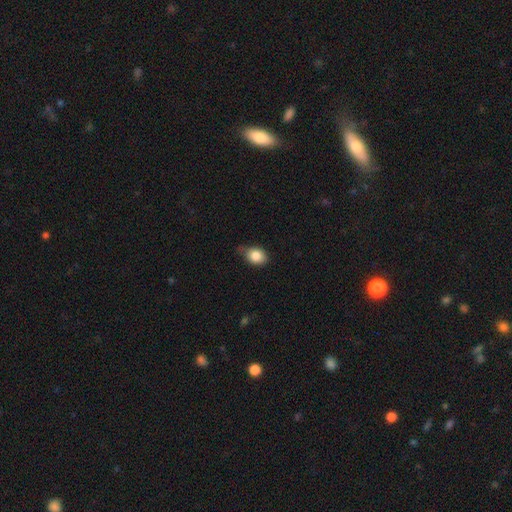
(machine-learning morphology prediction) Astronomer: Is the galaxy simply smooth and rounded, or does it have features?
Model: smooth — 83%.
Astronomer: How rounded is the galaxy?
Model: in between — 65%.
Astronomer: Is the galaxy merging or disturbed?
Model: none — 54% (runner-up: minor disturbance, 37%).